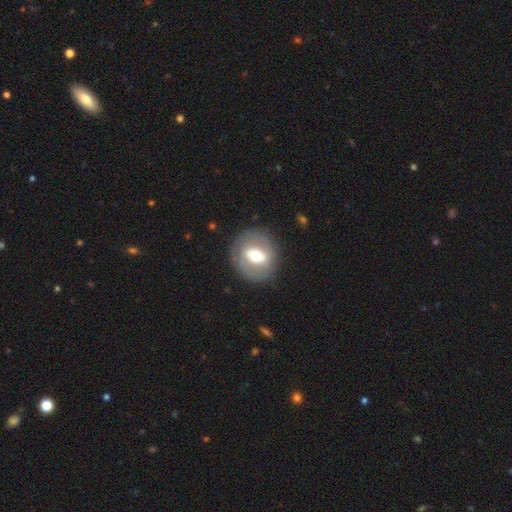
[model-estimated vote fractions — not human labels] smooth-or-featured: featured or disk: 55% | smooth: 39% | star or artifact: 7%
  disk-edge-on: no: 94% | yes: 6%
    bar: weak: 38% | strong: 35% | no: 27%
    has-spiral-arms: no: 63% | yes: 37%
    bulge-size: moderate: 66% | large: 18% | small: 13% | dominant: 2% | none: 1%
  merging: none: 81% | minor disturbance: 11% | major disturbance: 6% | merger: 1%